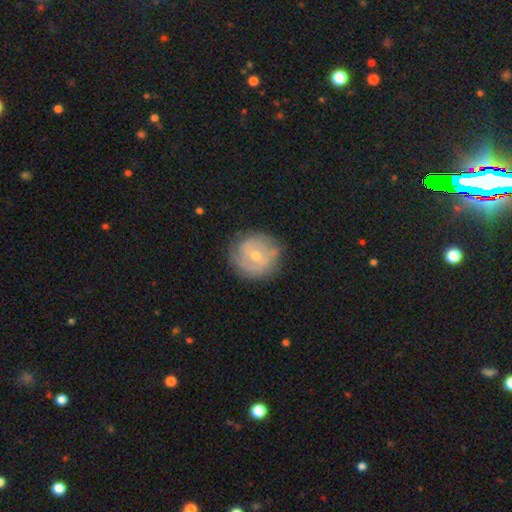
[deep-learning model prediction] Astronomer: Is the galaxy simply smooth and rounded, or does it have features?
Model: featured or disk — 64%.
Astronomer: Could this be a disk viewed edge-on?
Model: no — 97%.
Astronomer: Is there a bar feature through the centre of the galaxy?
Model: no — 50% (runner-up: weak, 41%).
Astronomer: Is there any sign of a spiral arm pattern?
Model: yes — 75%.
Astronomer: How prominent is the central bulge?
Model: moderate — 49% (runner-up: small, 47%).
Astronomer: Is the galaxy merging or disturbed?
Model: none — 76%.